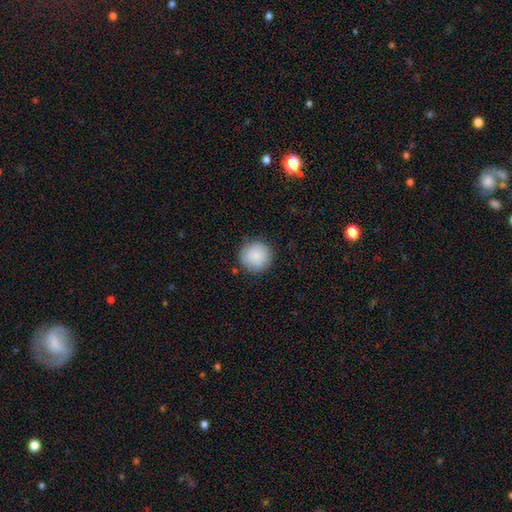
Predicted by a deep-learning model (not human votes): smooth-or-featured: smooth: 88% | star or artifact: 7% | featured or disk: 5%
  how-rounded: round: 95% | in between: 4% | cigar-shaped: 1%
  merging: none: 87% | minor disturbance: 9% | major disturbance: 3% | merger: 1%